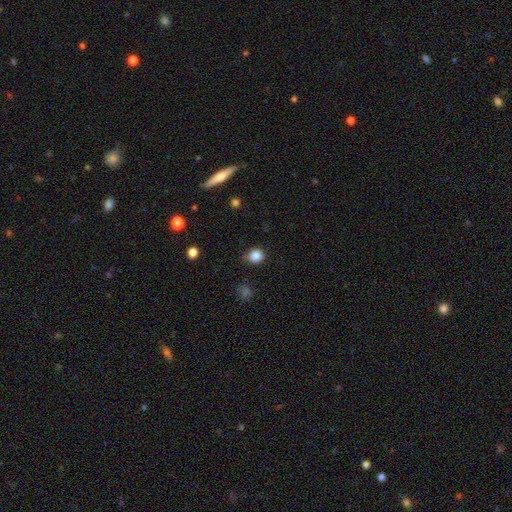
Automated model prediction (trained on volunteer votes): smooth_or_featured: smooth (p=0.84) [alt: star or artifact p=0.11]
how_rounded: round (p=0.83) [alt: in between p=0.16]
merging: none (p=0.74) [alt: minor disturbance p=0.20]